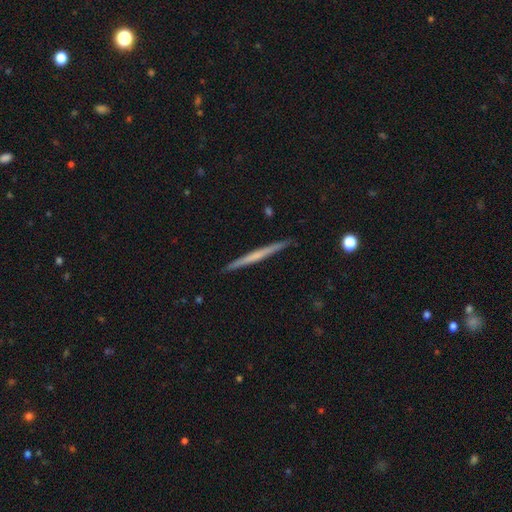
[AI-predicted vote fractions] Q: Smooth or featured?
A: featured or disk (56%); runner-up: smooth (39%)
Q: Edge-on disk?
A: yes (98%); runner-up: no (2%)
Q: Edge-on bulge?
A: none (79%); runner-up: rounded (15%)
Q: Merging?
A: none (92%); runner-up: minor disturbance (6%)